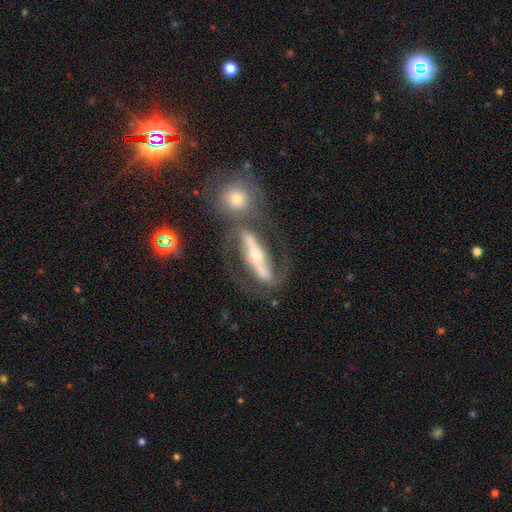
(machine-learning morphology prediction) A featured or disk galaxy (86%) with a strong bar (75%), 2 (90%) medium (45%) spiral arms (89%) and a moderate central bulge (56%). Merging: none (56%).